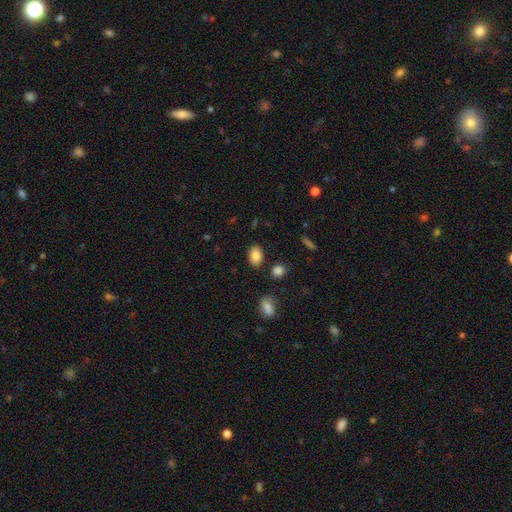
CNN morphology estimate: smooth-or-featured: smooth: 86% | star or artifact: 9% | featured or disk: 6%
  how-rounded: in between: 82% | round: 17% | cigar-shaped: 1%
  merging: none: 84% | minor disturbance: 10% | merger: 3% | major disturbance: 3%